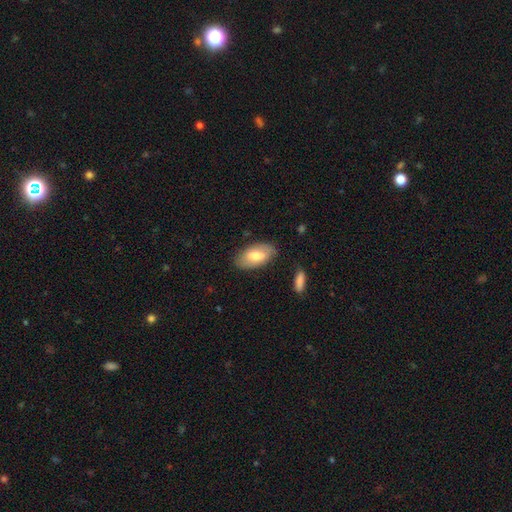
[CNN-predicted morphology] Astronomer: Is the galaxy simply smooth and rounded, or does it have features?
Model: smooth — 68%.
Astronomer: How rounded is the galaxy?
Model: in between — 93%.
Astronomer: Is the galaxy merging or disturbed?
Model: none — 80%.